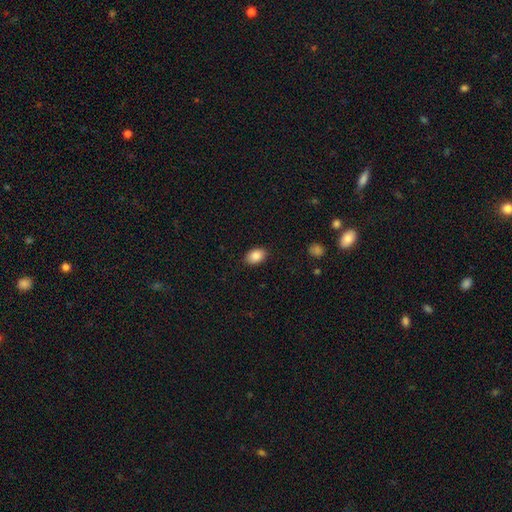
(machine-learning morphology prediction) This appears to be a smooth galaxy with no disk features (86%) that is in between round and cigar-shaped (85%). Merging: none (88%).